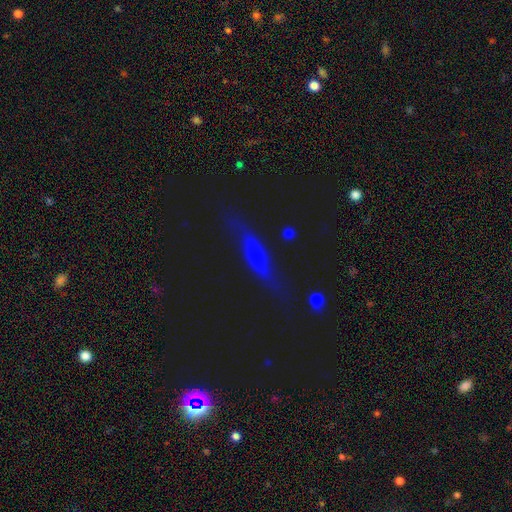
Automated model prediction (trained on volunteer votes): Q: Smooth or featured?
A: smooth (45%); runner-up: featured or disk (39%)
Q: Merging?
A: none (70%); runner-up: minor disturbance (18%)